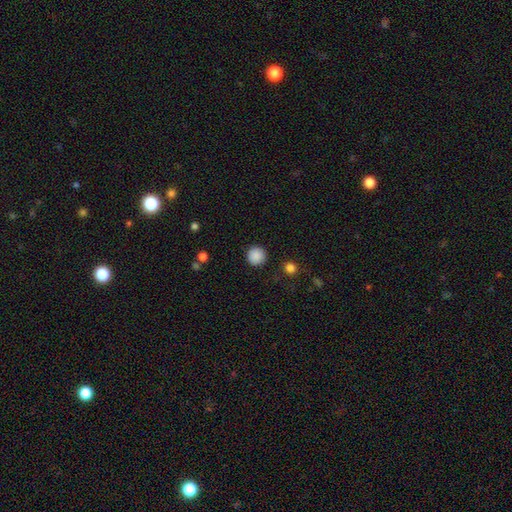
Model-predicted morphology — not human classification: Smooth or featured? Predicted: smooth (p=0.88). How rounded? Predicted: round (p=0.95). Merging? Predicted: none (p=0.91).